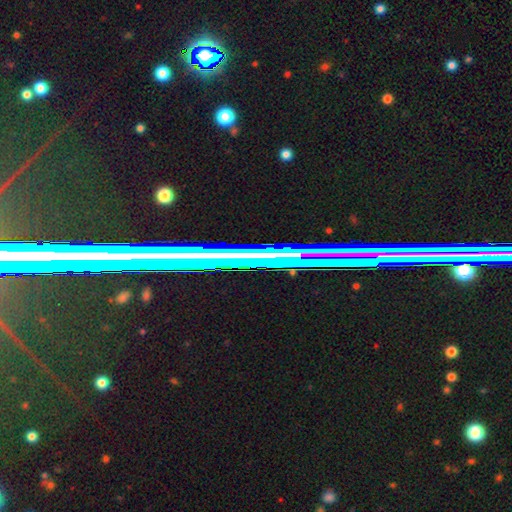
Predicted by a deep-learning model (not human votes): Q: Smooth or featured?
A: star or artifact (60%); runner-up: featured or disk (28%)